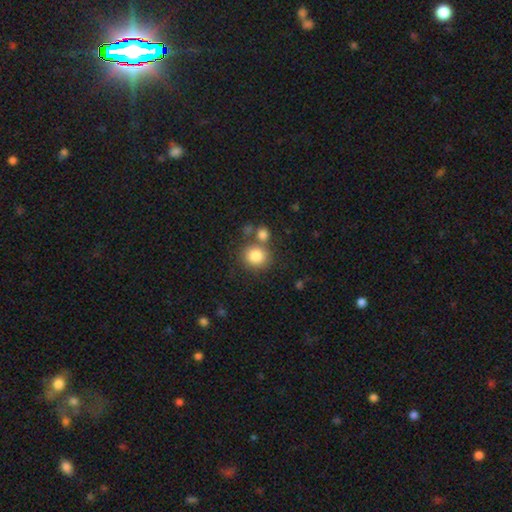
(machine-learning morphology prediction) Overall: smooth (83%). How rounded: round (85%). Merging: none (66%).